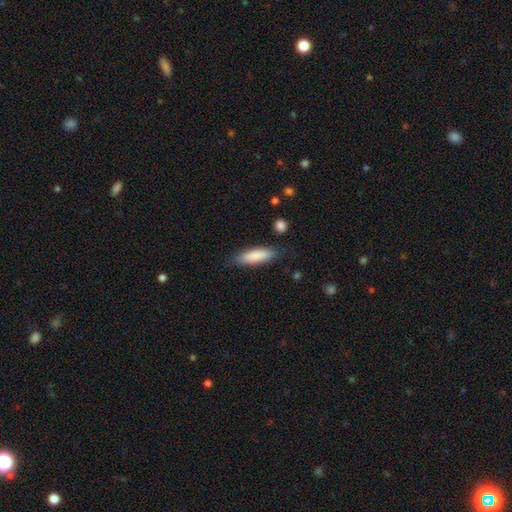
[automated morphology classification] Smooth or featured: smooth — 85% (featured or disk — 9%)
How rounded: cigar-shaped — 51% (in between — 48%)
Merging: none — 81% (minor disturbance — 13%)